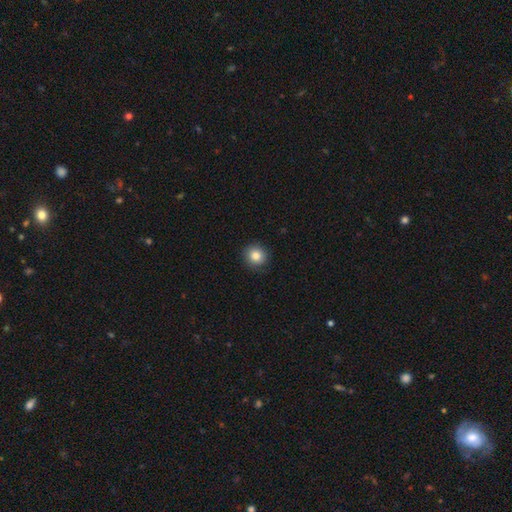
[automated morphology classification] Smooth or featured? smooth (85%)
How rounded? round (91%)
Merging? none (90%)